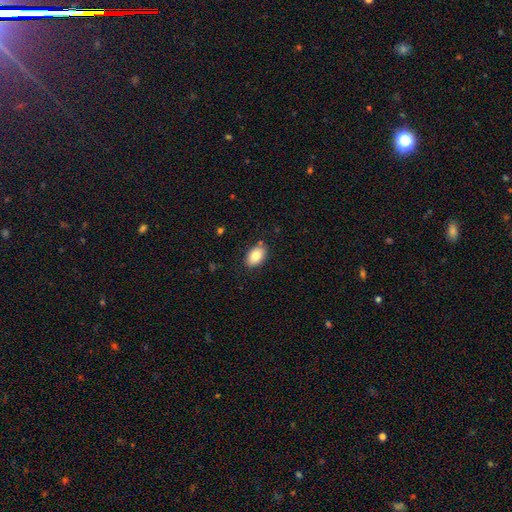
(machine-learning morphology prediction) type=smooth (83%); roundness=in between (90%); merging=none (85%).